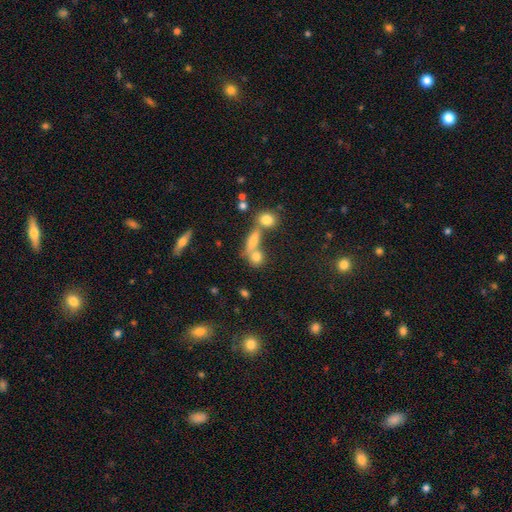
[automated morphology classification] Smooth or featured? smooth (47%)
Merging? none (49%)